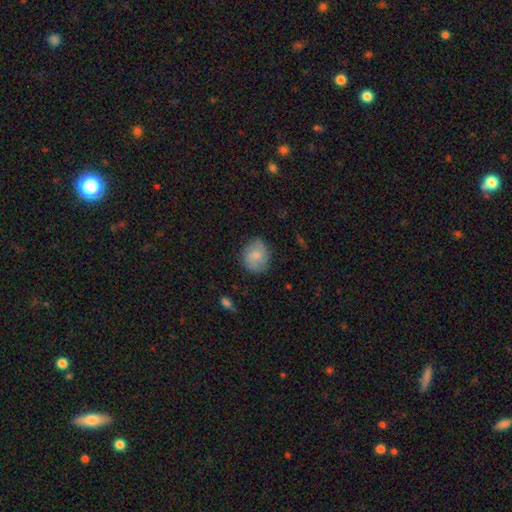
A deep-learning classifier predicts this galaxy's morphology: A smooth galaxy with no disk features (75%) that is round (75%).

Vote fractions:
- Smooth or featured? smooth: 75% / featured or disk: 18% / star or artifact: 7%
- How rounded? round: 75% / in between: 24% / cigar-shaped: 1%
- Merging? none: 77% / minor disturbance: 18% / major disturbance: 4% / merger: 1%